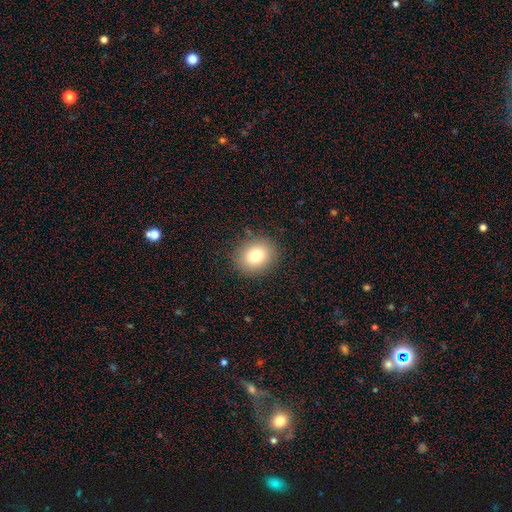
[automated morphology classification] smooth 79%, star or artifact 11%, featured or disk 10%. Down the decision tree: how rounded — round (65%); merging — none (87%).